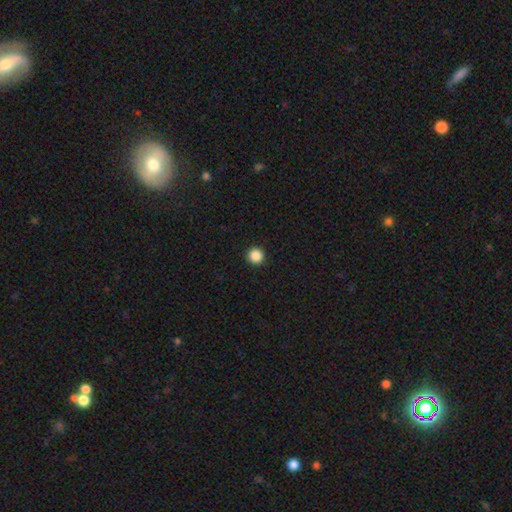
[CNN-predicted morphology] A smooth galaxy with no disk features (87%) that is round (96%).

Vote fractions:
- Smooth or featured? smooth: 87% / star or artifact: 10% / featured or disk: 2%
- How rounded? round: 96% / in between: 3% / cigar-shaped: 1%
- Merging? none: 94% / minor disturbance: 4% / major disturbance: 1% / merger: 1%